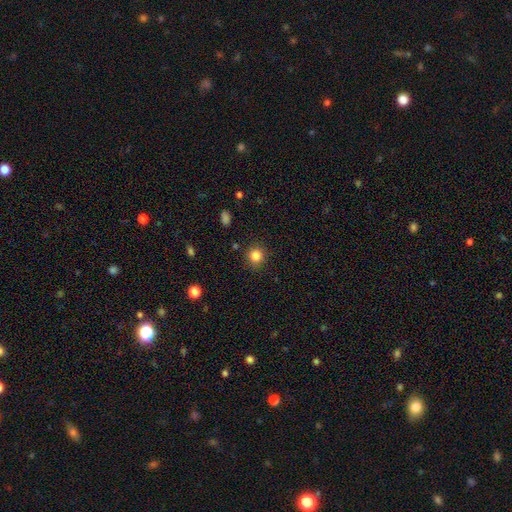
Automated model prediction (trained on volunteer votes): Smooth or featured?
  - smooth: 83% *
  - star or artifact: 12%
  - featured or disk: 5%
How rounded?
  - round: 91% *
  - in between: 8%
  - cigar-shaped: 1%
Merging?
  - none: 89% *
  - minor disturbance: 7%
  - major disturbance: 2%
  - merger: 1%